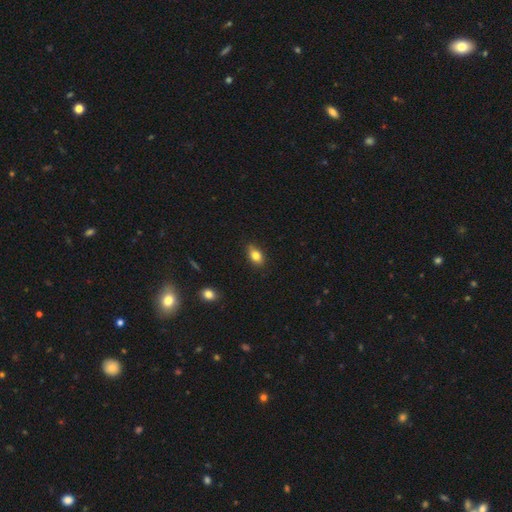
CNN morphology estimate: This is clearly a smooth galaxy (81%). How rounded: clearly in between (83%). Merging: clearly none (82%).